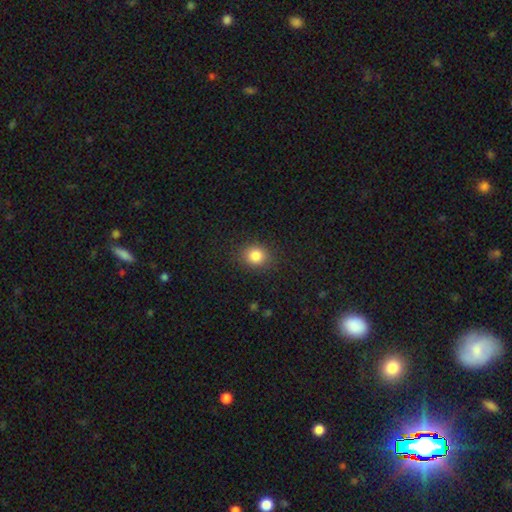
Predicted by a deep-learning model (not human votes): This appears to be a smooth galaxy with no disk features (84%) that is round (72%). Merging: none (87%).